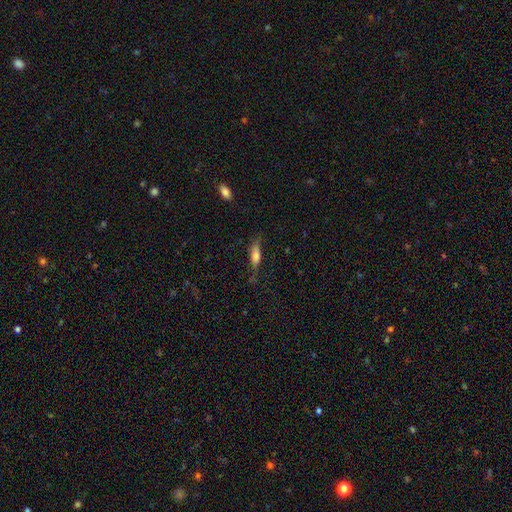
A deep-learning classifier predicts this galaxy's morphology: A smooth galaxy with no disk features (63%) that is cigar-shaped (61%).

Vote fractions:
- Smooth or featured? smooth: 63% / featured or disk: 28% / star or artifact: 9%
- How rounded? cigar-shaped: 61% / in between: 36% / round: 2%
- Merging? none: 68% / minor disturbance: 22% / major disturbance: 8% / merger: 2%